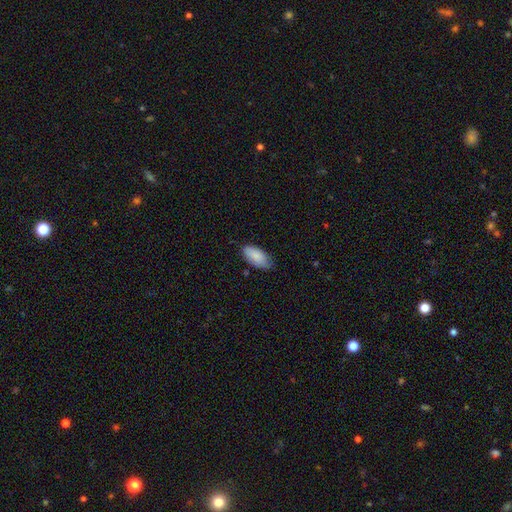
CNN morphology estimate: The model was most divided on "merging": none: 75%, minor disturbance: 21%, major disturbance: 3%, merger: 1%. More confident: how rounded — in between (92%); smooth or featured — smooth (87%).